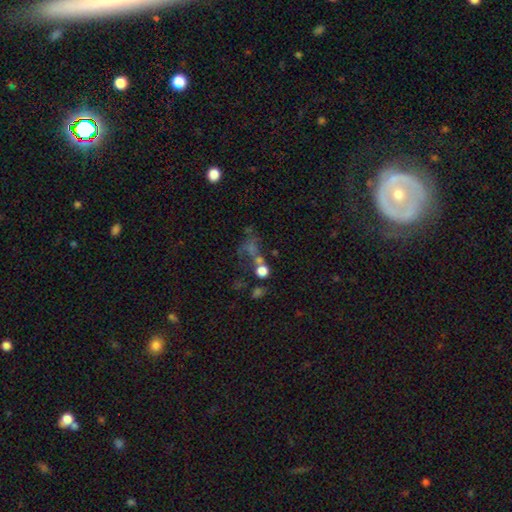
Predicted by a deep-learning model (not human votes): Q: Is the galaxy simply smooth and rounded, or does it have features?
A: star or artifact — 46%.